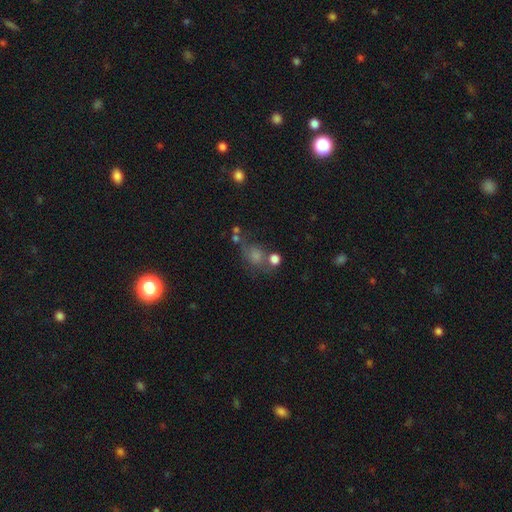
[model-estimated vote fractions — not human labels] smooth 63%, star or artifact 20%, featured or disk 17%. Down the decision tree: how rounded — round (56%); merging — none (41%).